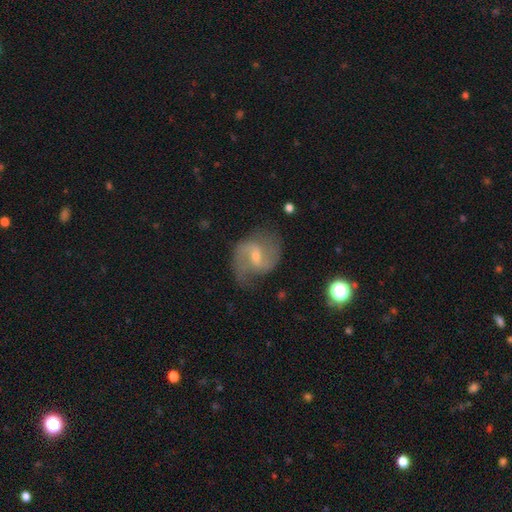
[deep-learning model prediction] The model was most divided on "bulge size": small: 53%, moderate: 39%, none: 5%, large: 2%, dominant: 1%. More confident: edge-on disk — no (98%); spiral arms — yes (95%); spiral arm count — 2 (89%); smooth or featured — featured or disk (83%); merging — none (73%); bar — weak (59%); spiral winding — medium (51%).